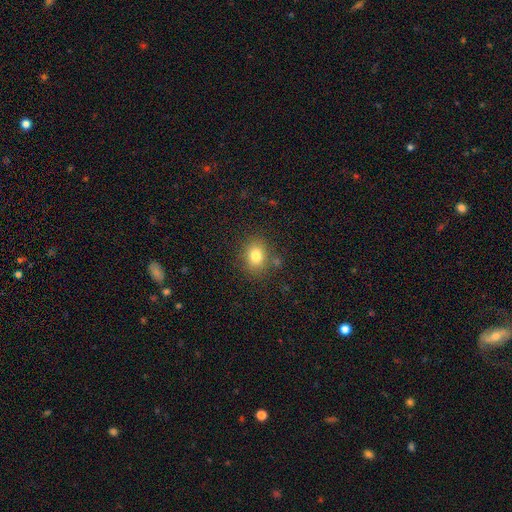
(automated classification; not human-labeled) A smooth galaxy with no disk features (80%) that is round (53%). Merging: none (81%).